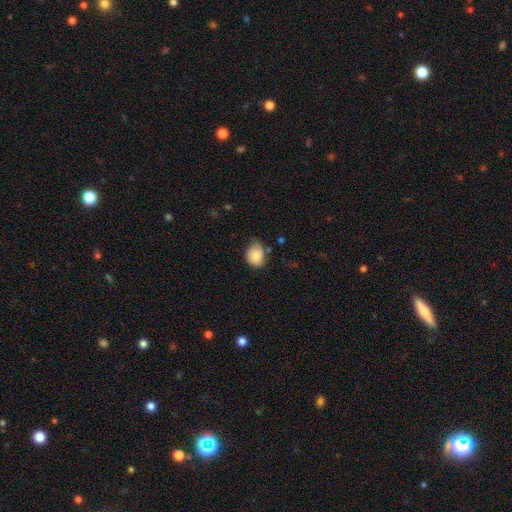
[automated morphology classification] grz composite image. It shows a smooth galaxy with no disk features (86%) that is in between round and cigar-shaped (53%). Merging: none (64%).